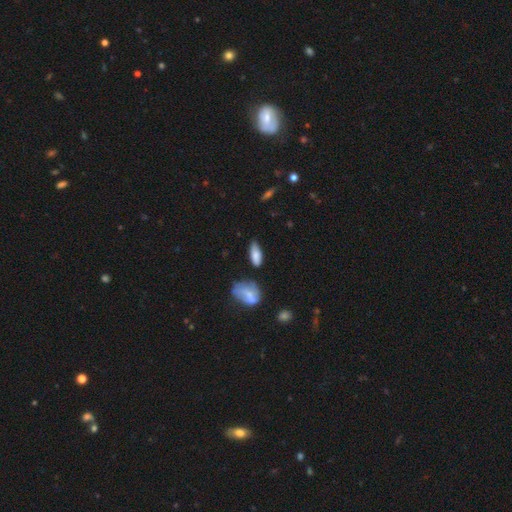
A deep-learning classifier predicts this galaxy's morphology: A smooth galaxy with no disk features (76%) that is in between round and cigar-shaped (74%).

Vote fractions:
- Smooth or featured? smooth: 76% / featured or disk: 16% / star or artifact: 8%
- How rounded? in between: 74% / cigar-shaped: 24% / round: 3%
- Merging? none: 62% / minor disturbance: 26% / major disturbance: 7% / merger: 5%